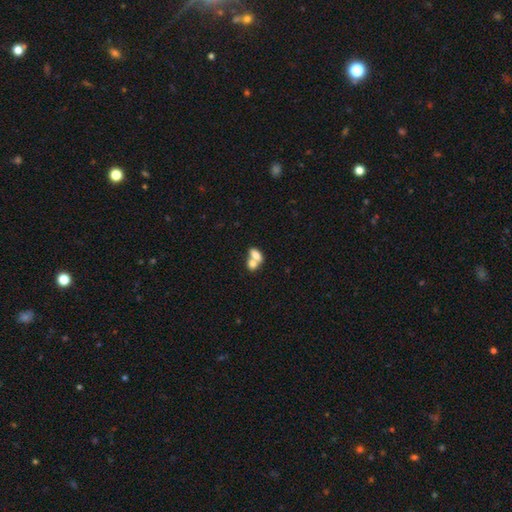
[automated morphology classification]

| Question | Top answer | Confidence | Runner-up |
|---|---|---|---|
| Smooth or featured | smooth | 75% | featured or disk (17%) |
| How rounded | in between | 82% | round (14%) |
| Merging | merger | 69% | none (21%) |